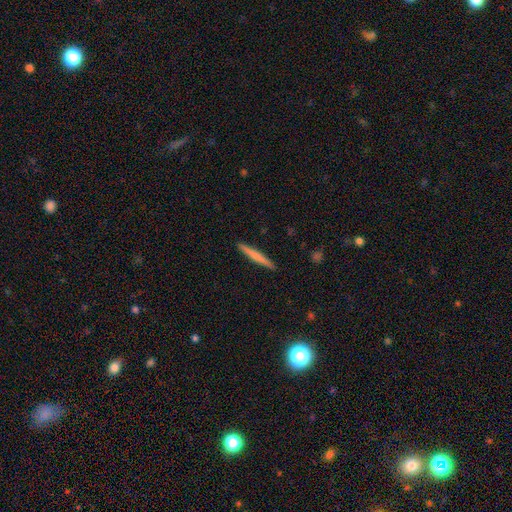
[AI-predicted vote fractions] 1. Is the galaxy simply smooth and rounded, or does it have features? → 62% smooth, 33% featured or disk, 5% star or artifact.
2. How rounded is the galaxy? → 96% cigar-shaped, 2% in between, 1% round.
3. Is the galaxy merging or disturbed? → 92% none, 5% minor disturbance, 1% major disturbance, 1% merger.